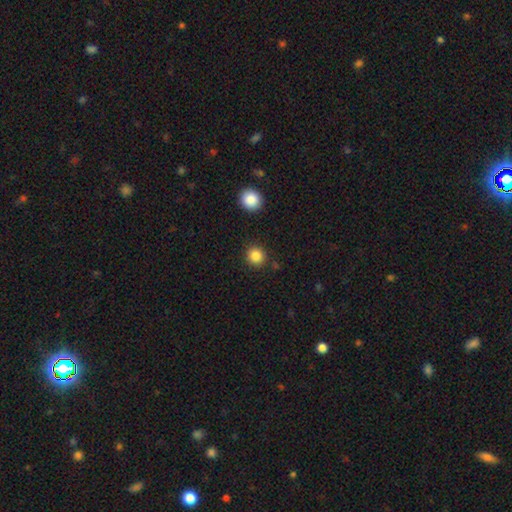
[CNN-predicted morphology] Smooth or featured? Predicted: smooth (p=0.86). How rounded? Predicted: round (p=0.92). Merging? Predicted: none (p=0.89).